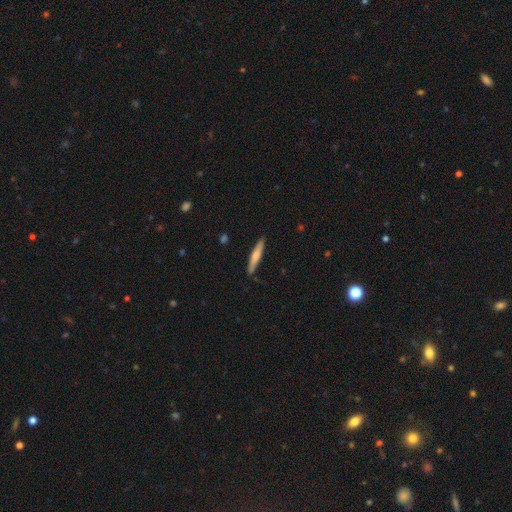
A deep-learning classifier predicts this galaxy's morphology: This is likely a smooth galaxy (64%). How rounded: clearly cigar-shaped (92%). Merging: clearly none (89%).